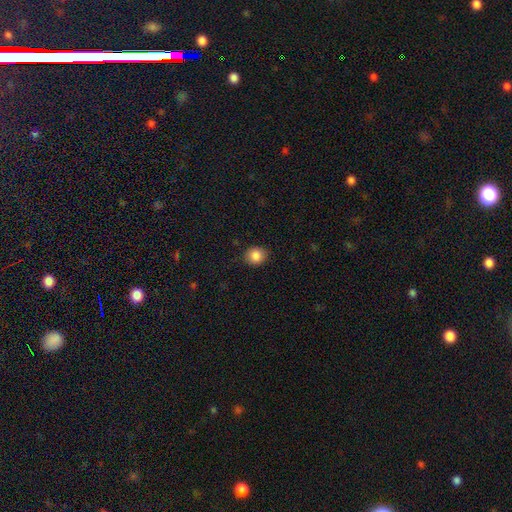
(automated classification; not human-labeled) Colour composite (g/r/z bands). It shows a smooth galaxy with no disk features (87%) that is round (77%). Merging: none (86%).